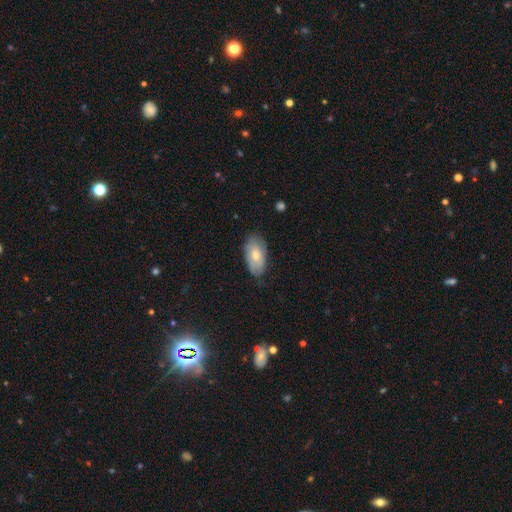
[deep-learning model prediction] Smooth or featured? Predicted: smooth (p=0.61). How rounded? Predicted: in between (p=0.93). Merging? Predicted: none (p=0.73).